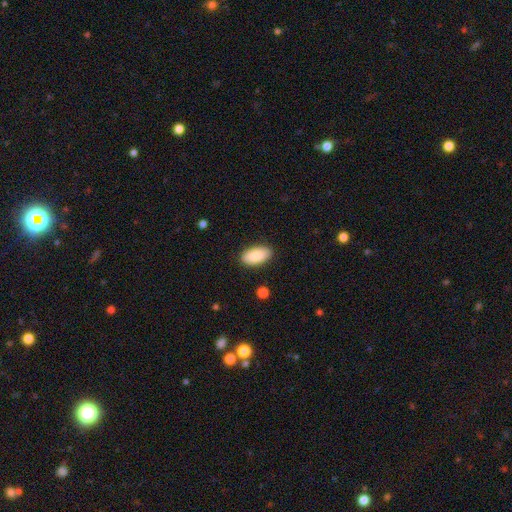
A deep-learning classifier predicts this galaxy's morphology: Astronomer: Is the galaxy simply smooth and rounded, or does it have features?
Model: smooth — 89%.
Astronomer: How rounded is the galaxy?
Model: in between — 95%.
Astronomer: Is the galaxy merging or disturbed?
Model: none — 88%.